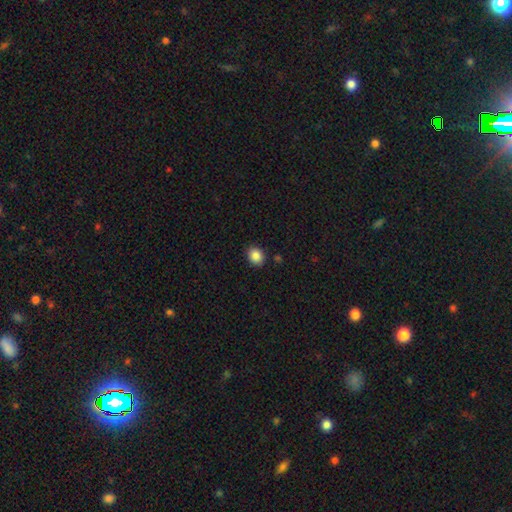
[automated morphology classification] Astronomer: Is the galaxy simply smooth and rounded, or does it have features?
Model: smooth — 86%.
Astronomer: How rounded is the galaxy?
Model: round — 56% (runner-up: in between, 43%).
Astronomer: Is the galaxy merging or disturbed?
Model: none — 87%.